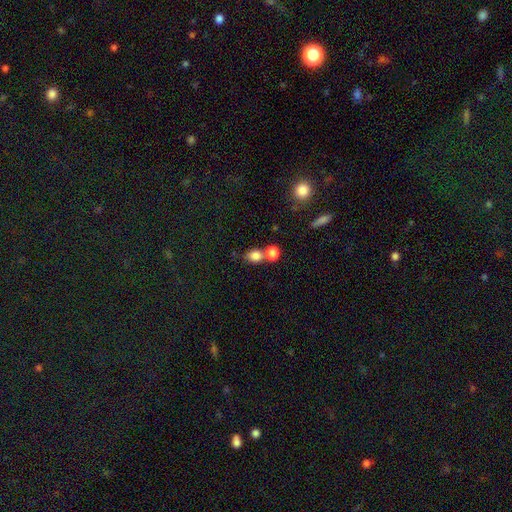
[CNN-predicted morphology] Smooth or featured: smooth — 82% (star or artifact — 11%)
How rounded: round — 51% (in between — 47%)
Merging: none — 44% (merger — 42%)